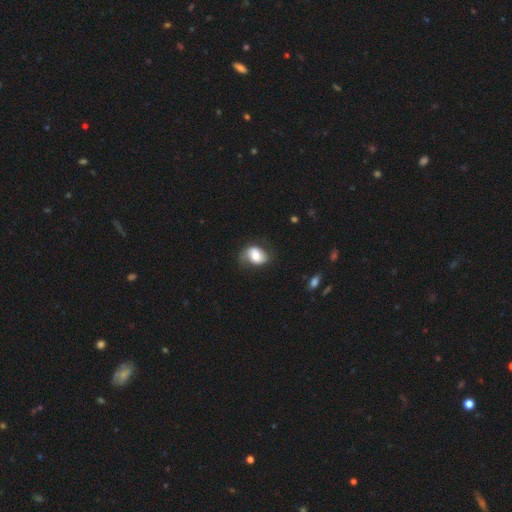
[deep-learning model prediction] Smooth or featured? smooth (55%)
How rounded? in between (71%)
Merging? none (64%)